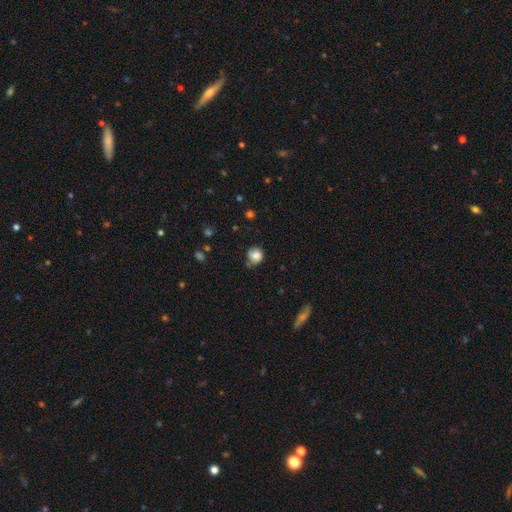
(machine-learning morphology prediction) Smooth or featured? smooth (78%)
How rounded? round (69%)
Merging? none (52%)